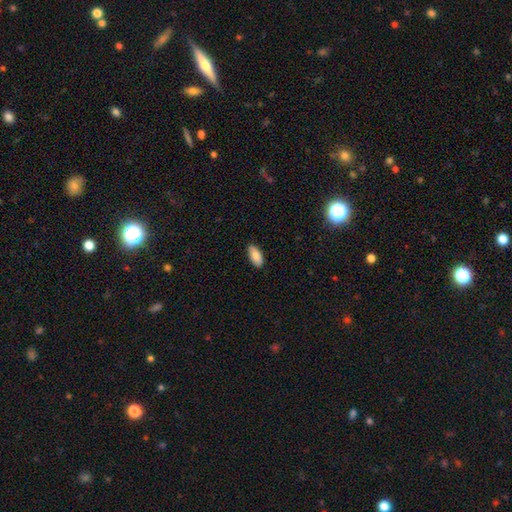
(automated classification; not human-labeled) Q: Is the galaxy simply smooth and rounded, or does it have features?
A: smooth — 86%.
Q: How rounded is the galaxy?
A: in between — 91%.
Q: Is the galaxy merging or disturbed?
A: none — 86%.